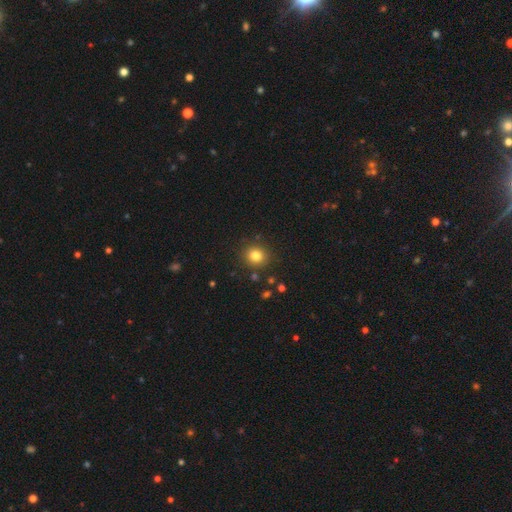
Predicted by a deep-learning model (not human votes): Q: Smooth or featured?
A: smooth (82%); runner-up: star or artifact (12%)
Q: How rounded?
A: round (85%); runner-up: in between (14%)
Q: Merging?
A: none (88%); runner-up: minor disturbance (7%)